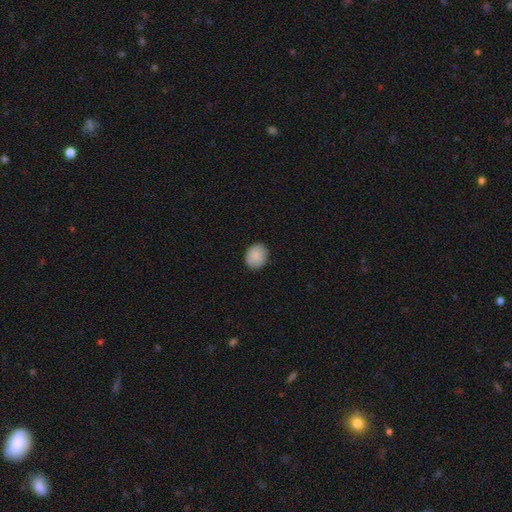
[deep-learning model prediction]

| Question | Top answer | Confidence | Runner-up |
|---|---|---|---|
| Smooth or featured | smooth | 87% | star or artifact (7%) |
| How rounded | round | 59% | in between (41%) |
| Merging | none | 88% | minor disturbance (10%) |